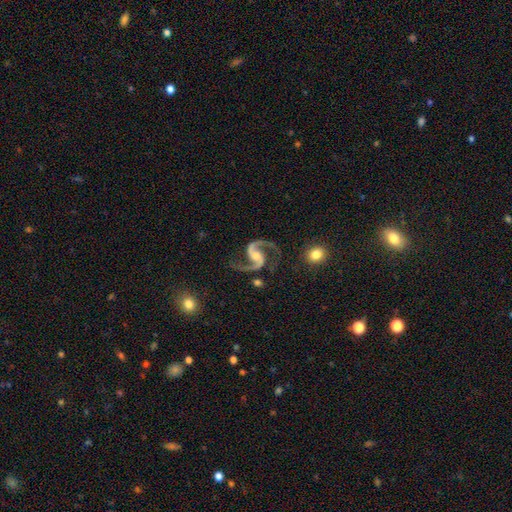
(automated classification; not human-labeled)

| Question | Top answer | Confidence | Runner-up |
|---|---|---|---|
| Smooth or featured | featured or disk | 94% | star or artifact (4%) |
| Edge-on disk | no | 98% | yes (2%) |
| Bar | no | 45% | weak (35%) |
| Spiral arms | yes | 99% | no (1%) |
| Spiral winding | medium | 58% | loose (34%) |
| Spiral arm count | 2 | 95% | 1 (1%) |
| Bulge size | moderate | 46% | small (42%) |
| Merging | none | 77% | minor disturbance (14%) |